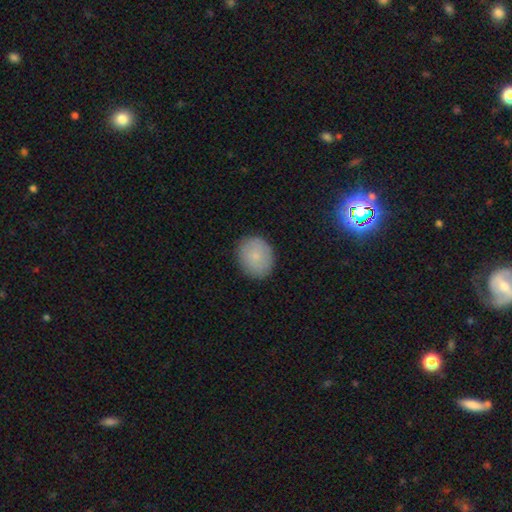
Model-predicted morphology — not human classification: Smooth or featured? smooth (81%)
How rounded? round (64%)
Merging? none (87%)